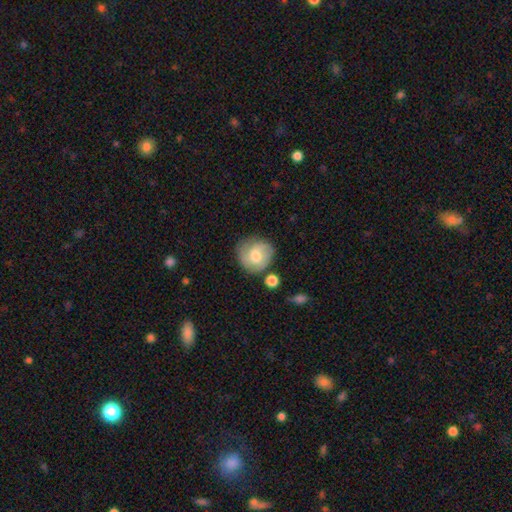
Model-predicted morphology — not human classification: This appears to be a smooth galaxy with no disk features (49%). Merging: none (65%).